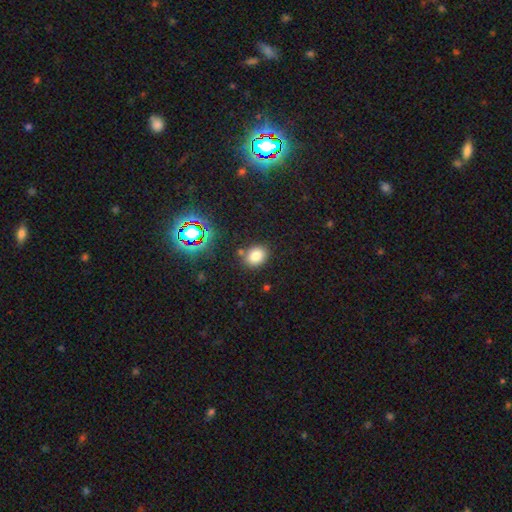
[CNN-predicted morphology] Smooth or featured? smooth (78%)
How rounded? in between (52%)
Merging? none (79%)